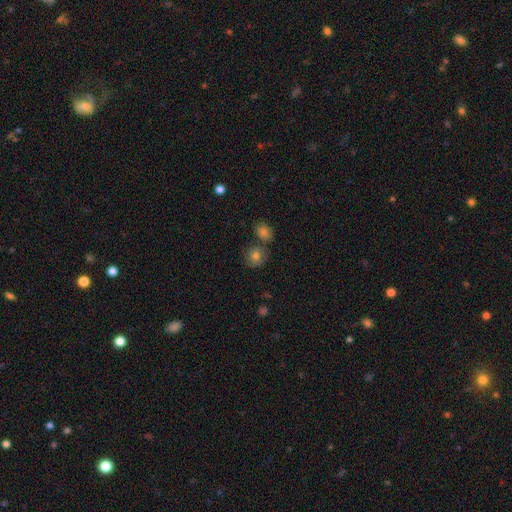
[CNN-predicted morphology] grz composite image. It shows a smooth galaxy with no disk features (77%) that is round (79%). Merging: none (67%).